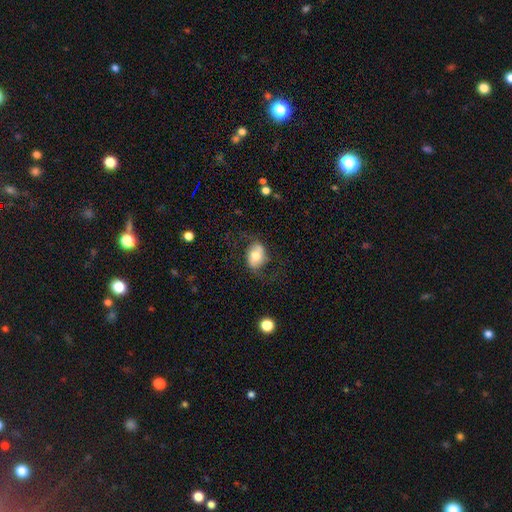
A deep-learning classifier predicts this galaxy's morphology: A smooth galaxy with no disk features (51%) that is in between round and cigar-shaped (69%).

Vote fractions:
- Smooth or featured? smooth: 51% / featured or disk: 42% / star or artifact: 7%
- How rounded? in between: 69% / round: 30% / cigar-shaped: 1%
- Merging? none: 66% / minor disturbance: 18% / major disturbance: 14% / merger: 2%